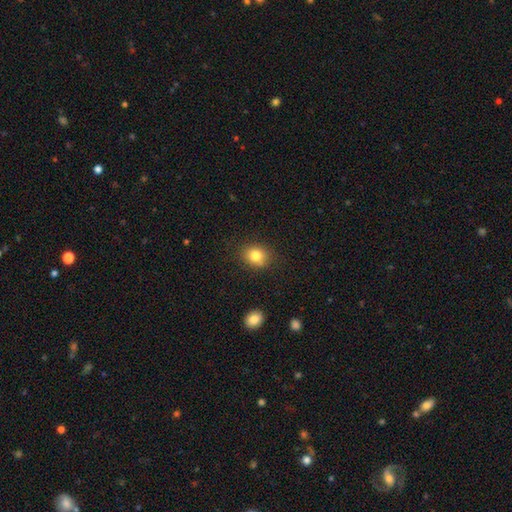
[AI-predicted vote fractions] This is clearly a smooth galaxy (81%). How rounded: likely round (64%). Merging: clearly none (83%).